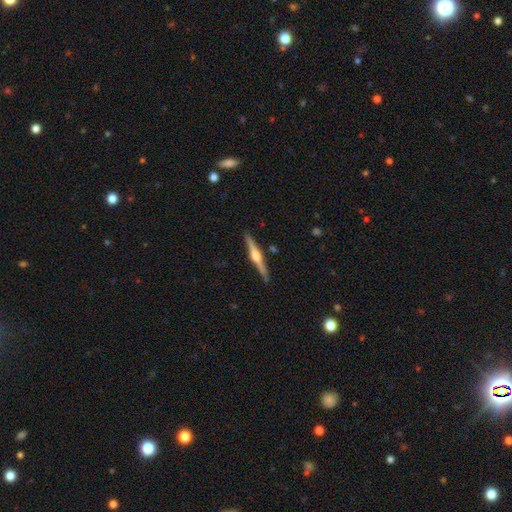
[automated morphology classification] The model was most divided on "smooth or featured": featured or disk: 78%, smooth: 17%, star or artifact: 5%. More confident: edge-on disk — yes (98%); edge-on bulge — rounded (92%); merging — none (89%).